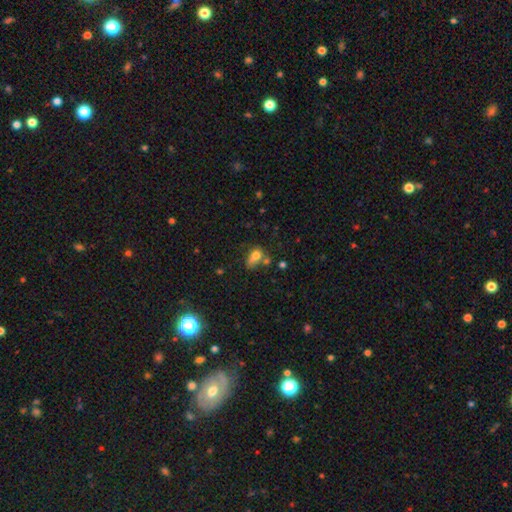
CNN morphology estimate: Smooth or featured? smooth (71%)
How rounded? in between (75%)
Merging? none (31%)